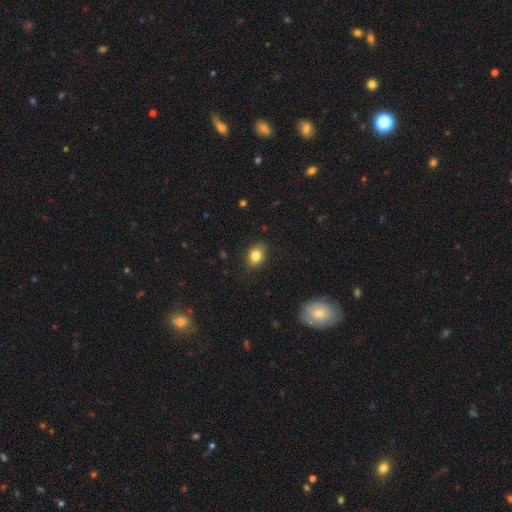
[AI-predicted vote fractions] The model was most divided on "how rounded": in between: 66%, round: 33%, cigar-shaped: 1%. More confident: merging — none (86%); smooth or featured — smooth (82%).